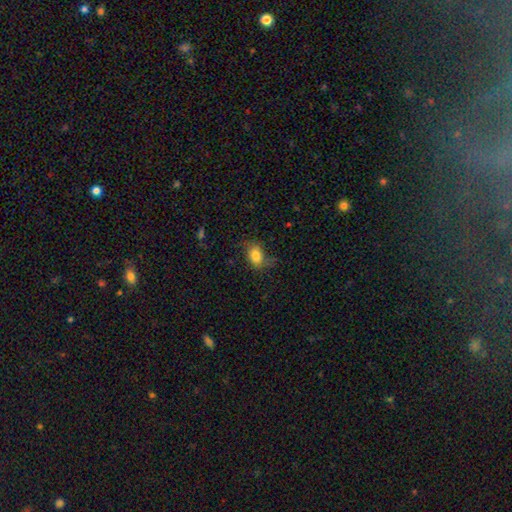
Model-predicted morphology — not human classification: A smooth galaxy with no disk features (78%) that is in between round and cigar-shaped (79%). Merging: none (61%).